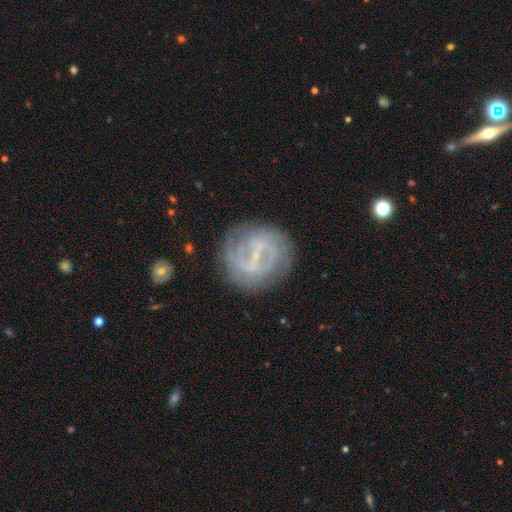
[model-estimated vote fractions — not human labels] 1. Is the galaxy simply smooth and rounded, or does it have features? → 78% featured or disk, 14% smooth, 7% star or artifact.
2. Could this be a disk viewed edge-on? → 97% no, 3% yes.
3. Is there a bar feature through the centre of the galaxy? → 46% strong, 41% weak, 13% no.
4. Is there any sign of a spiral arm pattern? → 82% yes, 18% no.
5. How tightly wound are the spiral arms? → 42% tight, 36% medium, 21% loose.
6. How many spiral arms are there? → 59% 2, 26% can't tell, 6% 3, 4% 1, 3% 4, 3% more than 4.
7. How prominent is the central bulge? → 64% small, 26% none, 9% moderate, 1% large, 1% dominant.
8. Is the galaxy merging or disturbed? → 78% none, 14% minor disturbance, 7% major disturbance, 2% merger.